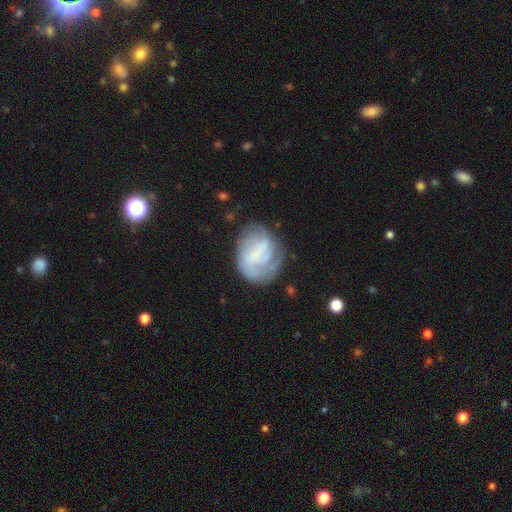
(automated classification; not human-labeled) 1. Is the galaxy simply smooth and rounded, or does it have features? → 59% featured or disk, 33% smooth, 8% star or artifact.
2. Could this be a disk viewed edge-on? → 98% no, 2% yes.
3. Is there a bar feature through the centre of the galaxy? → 43% weak, 38% no, 20% strong.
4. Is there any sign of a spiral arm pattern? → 73% yes, 27% no.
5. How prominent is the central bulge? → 51% none, 28% small, 14% moderate, 6% large, 2% dominant.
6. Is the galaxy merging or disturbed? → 52% none, 25% minor disturbance, 20% major disturbance, 3% merger.